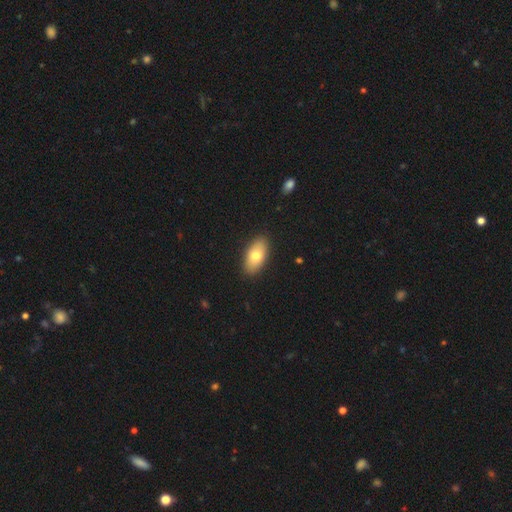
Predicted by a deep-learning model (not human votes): Morphology: type=smooth (75%); roundness=in between (92%); merging=none (89%).